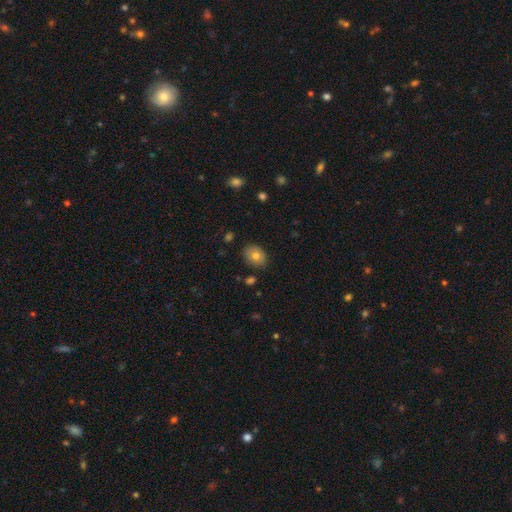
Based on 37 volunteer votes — Overall: smooth (89%). How rounded: in between (70%; round 30%). Merging: none (89%).